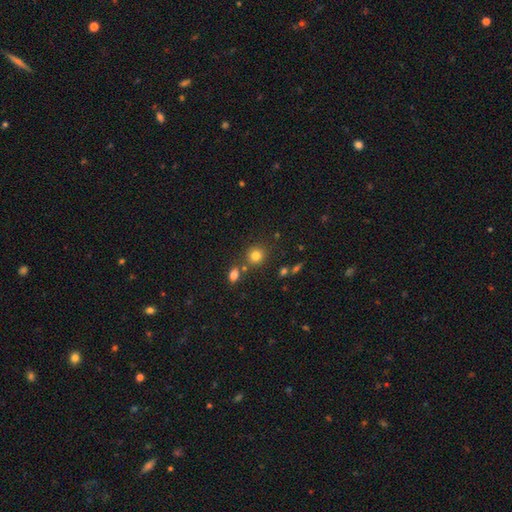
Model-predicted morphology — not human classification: This appears to be a smooth galaxy with no disk features (79%) that is round (84%). Merging: none (76%).